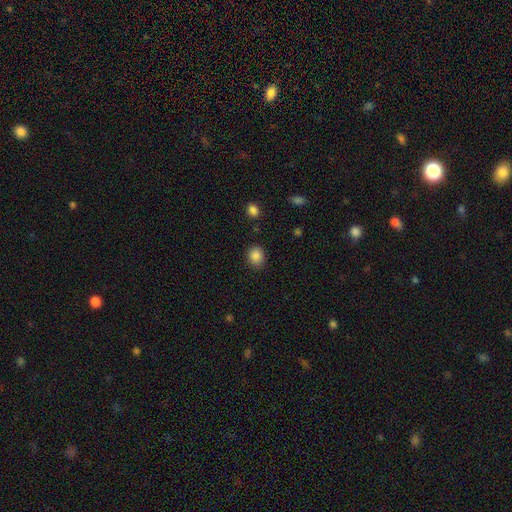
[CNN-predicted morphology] This appears to be a smooth galaxy with no disk features (86%) that is round (67%). Merging: none (87%).